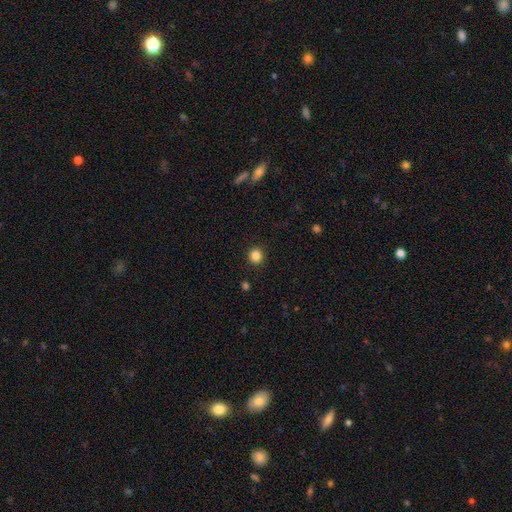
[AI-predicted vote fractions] Overall: smooth (85%). How rounded: round (90%). Merging: none (92%).